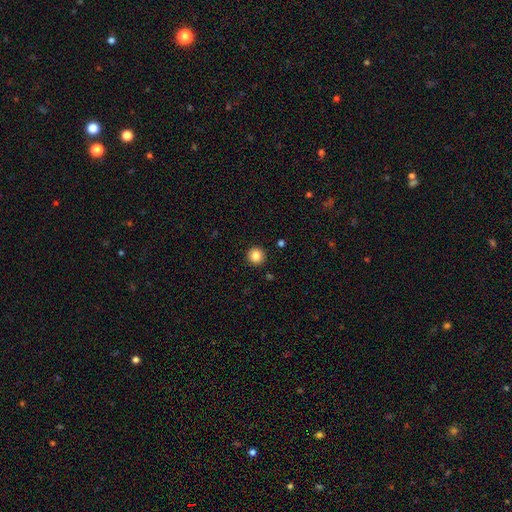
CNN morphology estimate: This is clearly a smooth galaxy (85%). How rounded: clearly round (95%). Merging: clearly none (93%).